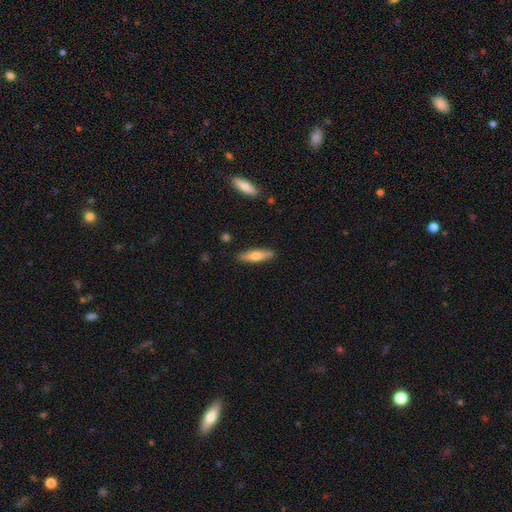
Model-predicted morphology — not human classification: Smooth or featured?
  - smooth: 63% *
  - featured or disk: 31%
  - star or artifact: 6%
How rounded?
  - cigar-shaped: 72% *
  - in between: 27%
  - round: 2%
Merging?
  - none: 87% *
  - minor disturbance: 9%
  - major disturbance: 2%
  - merger: 2%